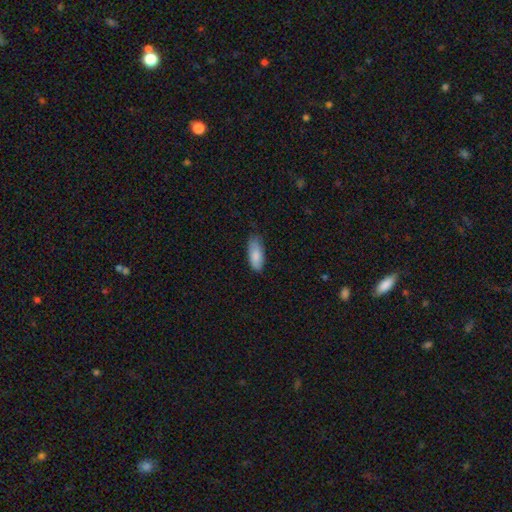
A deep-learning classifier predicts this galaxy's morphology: This is clearly a smooth galaxy (85%). How rounded: clearly in between (82%). Merging: likely none (74%).